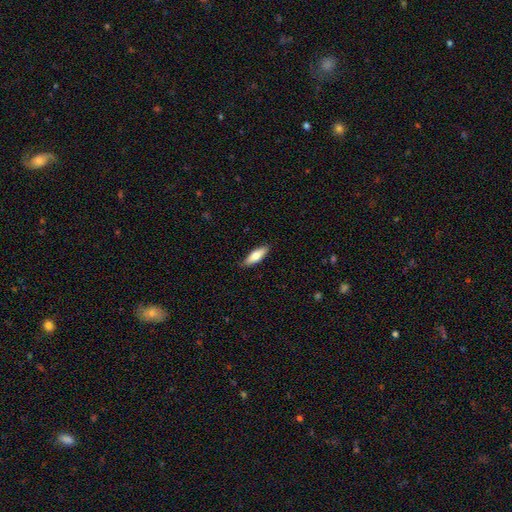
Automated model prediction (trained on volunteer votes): This is likely a smooth galaxy (73%). How rounded: possibly in between (57%). Merging: clearly none (84%).